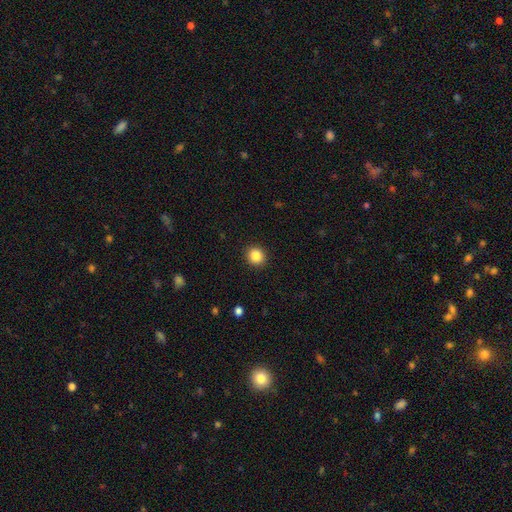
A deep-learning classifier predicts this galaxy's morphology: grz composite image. It shows a smooth galaxy with no disk features (86%) that is round (87%). Merging: none (92%).